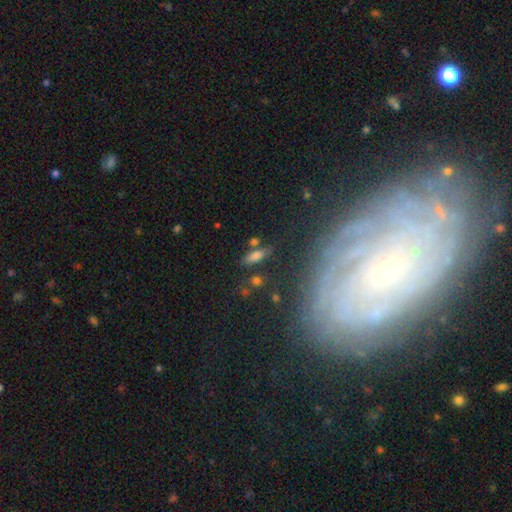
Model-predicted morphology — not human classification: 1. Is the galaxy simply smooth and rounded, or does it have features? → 69% smooth, 19% featured or disk, 13% star or artifact.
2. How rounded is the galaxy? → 59% in between, 36% cigar-shaped, 5% round.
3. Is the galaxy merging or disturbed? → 75% none, 13% minor disturbance, 8% merger, 4% major disturbance.